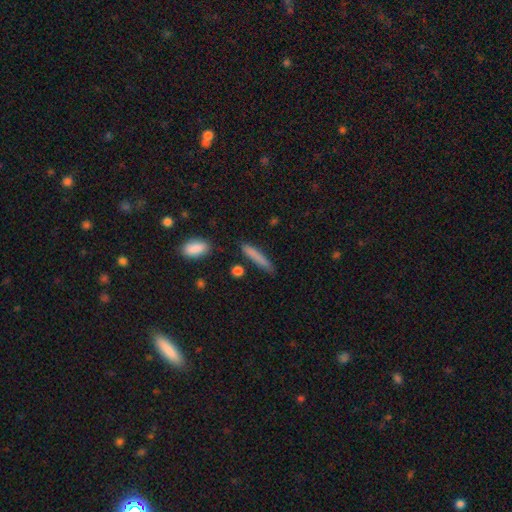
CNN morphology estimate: Smooth or featured?
  - smooth: 79% *
  - featured or disk: 14%
  - star or artifact: 7%
How rounded?
  - cigar-shaped: 91% *
  - in between: 7%
  - round: 2%
Merging?
  - none: 81% *
  - minor disturbance: 13%
  - merger: 3%
  - major disturbance: 3%